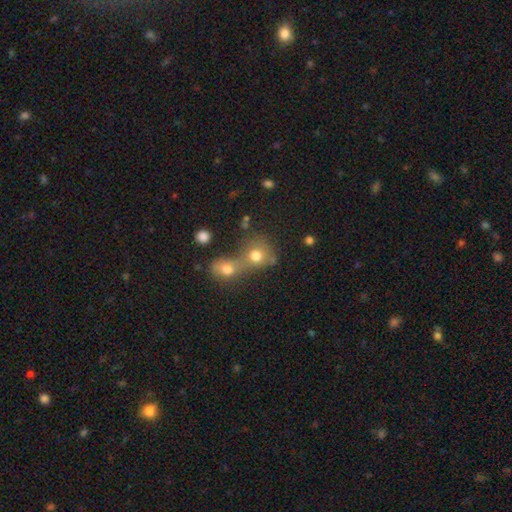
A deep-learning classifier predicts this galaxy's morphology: Smooth or featured? smooth (74%)
How rounded? round (75%)
Merging? merger (59%)